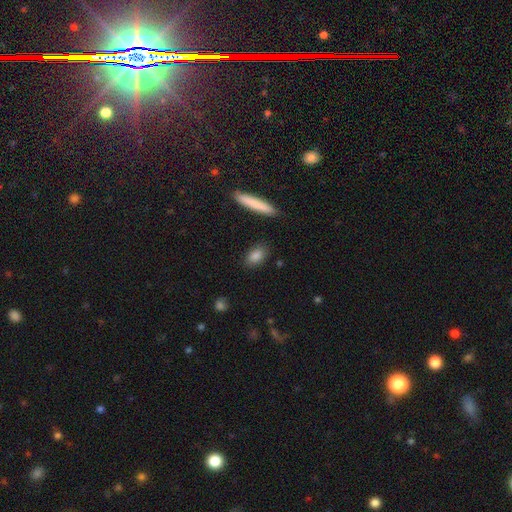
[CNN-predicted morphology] type=smooth (85%); roundness=in between (81%); merging=none (87%).